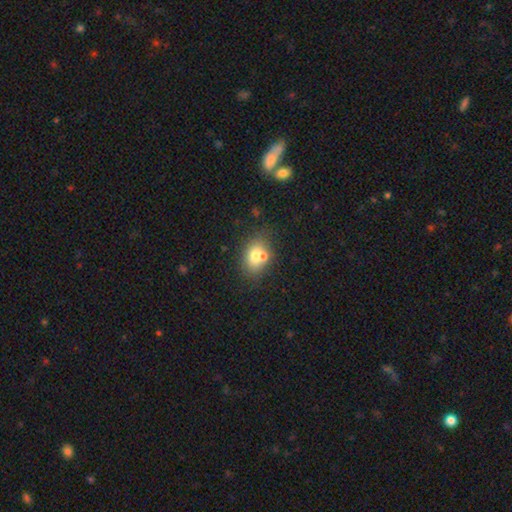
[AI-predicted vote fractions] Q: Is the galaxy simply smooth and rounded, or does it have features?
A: smooth — 69%.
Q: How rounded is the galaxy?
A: in between — 64%.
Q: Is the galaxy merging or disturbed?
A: none — 49%.